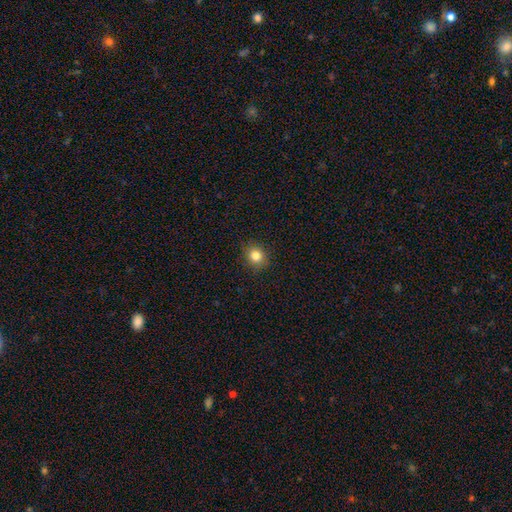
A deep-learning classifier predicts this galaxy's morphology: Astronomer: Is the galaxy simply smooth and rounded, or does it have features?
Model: smooth — 82%.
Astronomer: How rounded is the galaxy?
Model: round — 78%.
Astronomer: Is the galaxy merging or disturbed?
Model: none — 89%.